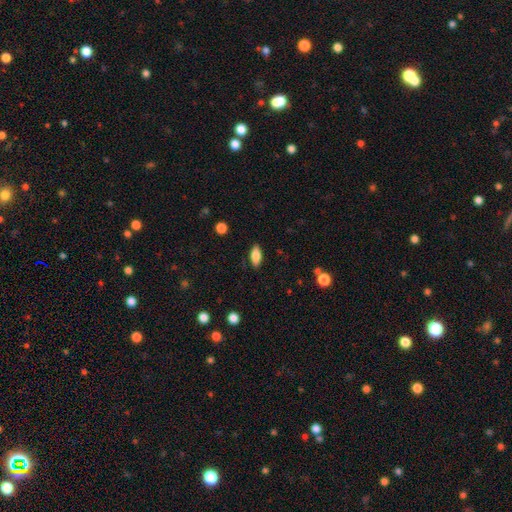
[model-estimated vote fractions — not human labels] Smooth or featured?
  - smooth: 82% *
  - featured or disk: 11%
  - star or artifact: 7%
How rounded?
  - in between: 84% *
  - cigar-shaped: 13%
  - round: 3%
Merging?
  - none: 86% *
  - minor disturbance: 10%
  - major disturbance: 2%
  - merger: 1%